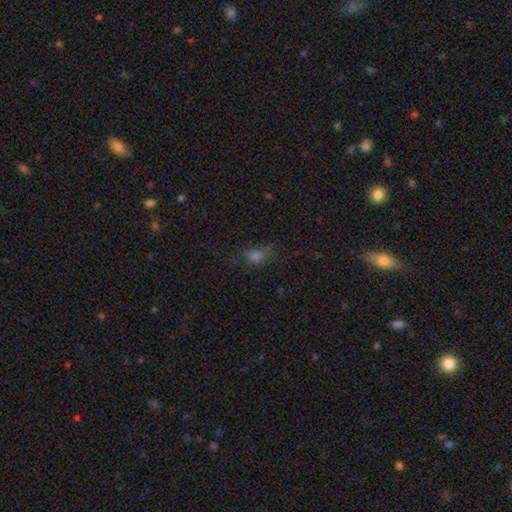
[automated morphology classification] type=smooth (62%); roundness=in between (55%); merging=none (64%).